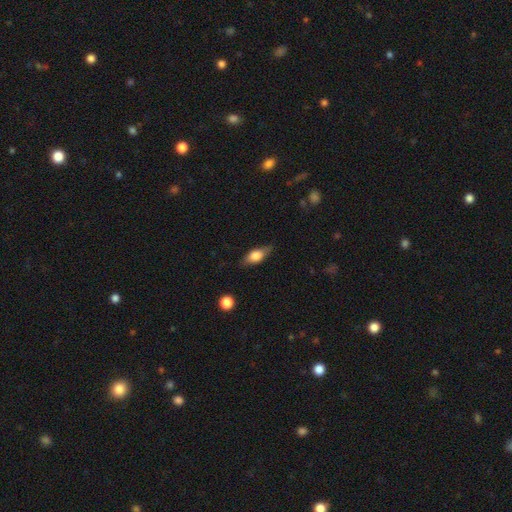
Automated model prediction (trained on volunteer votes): This is likely a smooth galaxy (64%). How rounded: likely in between (76%). Merging: likely none (76%).